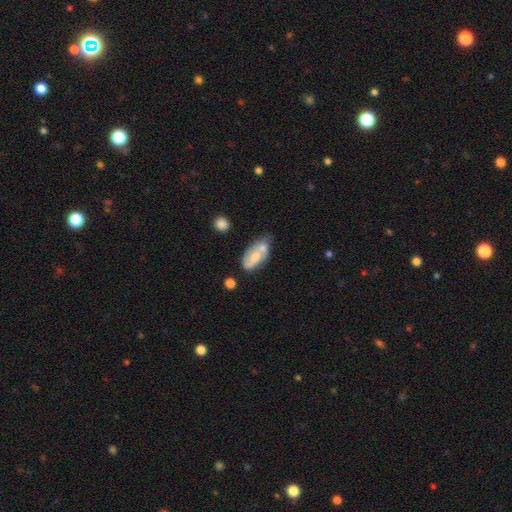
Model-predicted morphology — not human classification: Overall: smooth (51%; featured or disk 41%). How rounded: in between (86%). Merging: none (40%; minor disturbance 26%).